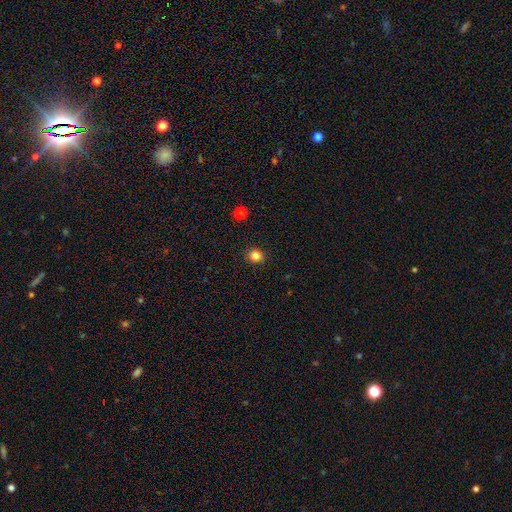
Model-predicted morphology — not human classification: smooth 83%, star or artifact 12%, featured or disk 4%. Down the decision tree: how rounded — round (79%); merging — none (91%).